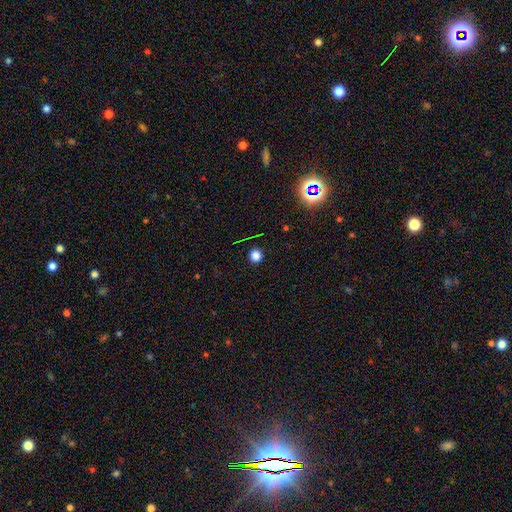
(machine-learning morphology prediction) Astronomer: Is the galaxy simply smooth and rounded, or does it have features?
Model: smooth — 81%.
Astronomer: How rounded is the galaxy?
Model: round — 92%.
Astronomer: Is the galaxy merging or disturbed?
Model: none — 91%.